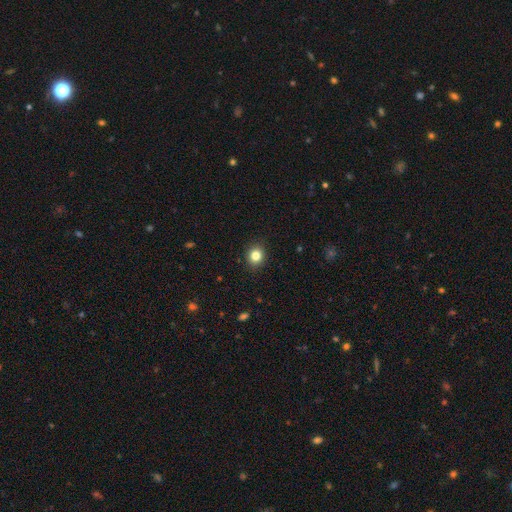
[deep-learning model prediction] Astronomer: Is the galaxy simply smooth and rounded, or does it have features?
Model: smooth — 83%.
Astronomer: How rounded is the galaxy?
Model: round — 78%.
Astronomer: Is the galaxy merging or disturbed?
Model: none — 91%.